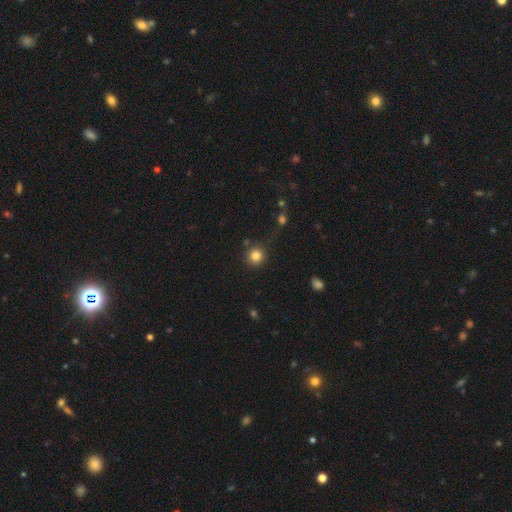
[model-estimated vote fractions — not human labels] Smooth or featured? smooth (83%)
How rounded? round (93%)
Merging? none (80%)